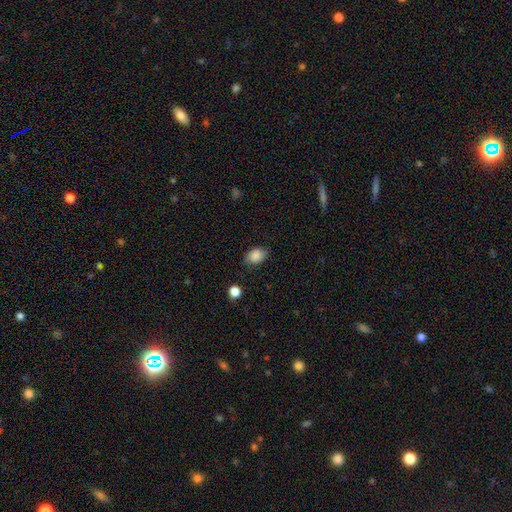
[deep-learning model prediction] smooth 86%, star or artifact 8%, featured or disk 6%. Down the decision tree: how rounded — in between (78%); merging — none (77%).